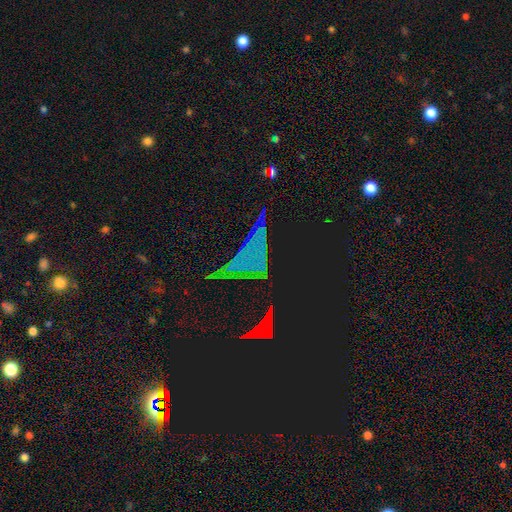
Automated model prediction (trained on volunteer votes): A star or artifact, not a galaxy (62%).

Vote fractions:
- Smooth or featured? star or artifact: 62% / featured or disk: 20% / smooth: 18%